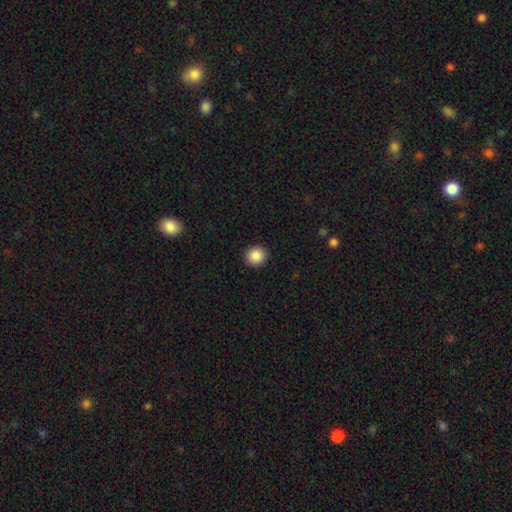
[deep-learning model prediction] This appears to be a smooth galaxy with no disk features (88%) that is round (90%). Merging: none (93%).